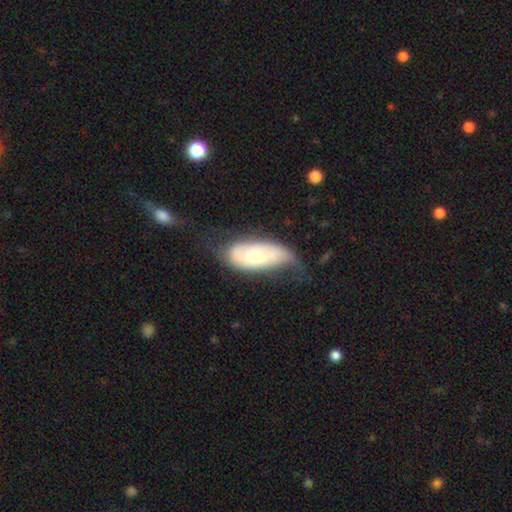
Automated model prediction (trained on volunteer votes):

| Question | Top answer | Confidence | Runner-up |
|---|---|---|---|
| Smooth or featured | featured or disk | 48% | smooth (45%) |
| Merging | none | 38% | minor disturbance (34%) |